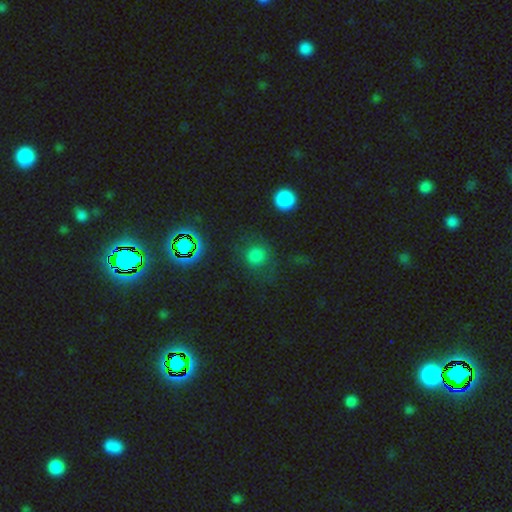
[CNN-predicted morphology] type=smooth (67%); roundness=round (90%); merging=none (73%).